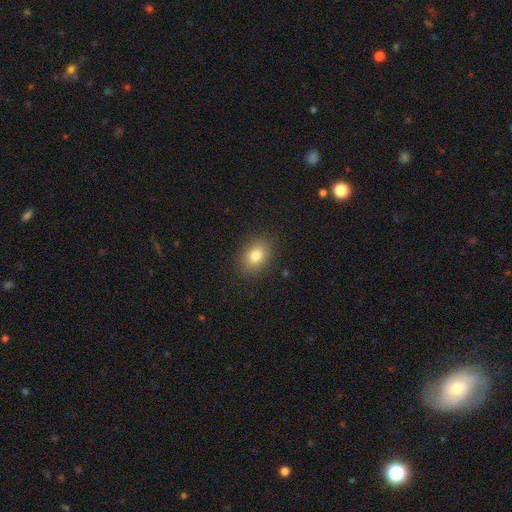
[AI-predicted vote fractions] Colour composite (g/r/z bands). It shows a smooth galaxy with no disk features (80%) that is in between round and cigar-shaped (67%). Merging: none (87%).